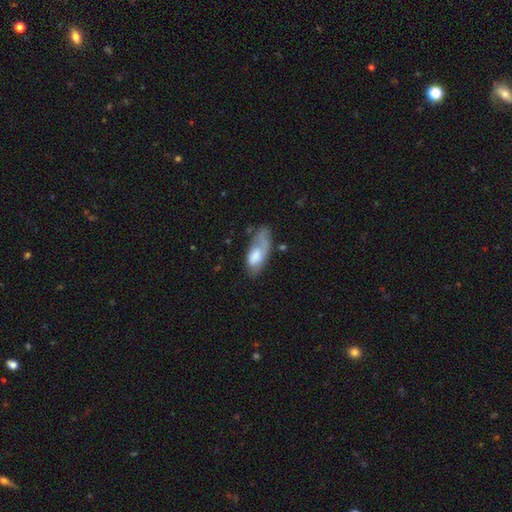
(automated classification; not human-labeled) A smooth galaxy with no disk features (61%) that is in between round and cigar-shaped (81%).

Vote fractions:
- Smooth or featured? smooth: 61% / featured or disk: 31% / star or artifact: 8%
- How rounded? in between: 81% / cigar-shaped: 16% / round: 3%
- Merging? none: 34% / minor disturbance: 32% / major disturbance: 28% / merger: 6%